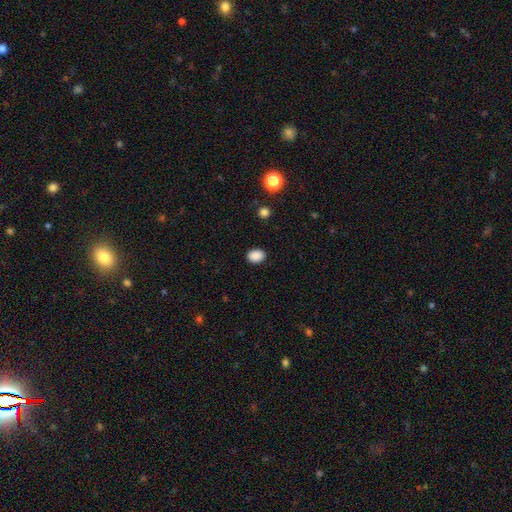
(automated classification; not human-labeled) smooth-or-featured: smooth: 88% | star or artifact: 9% | featured or disk: 3%
  how-rounded: in between: 67% | round: 32% | cigar-shaped: 1%
  merging: none: 89% | minor disturbance: 8% | major disturbance: 2% | merger: 1%